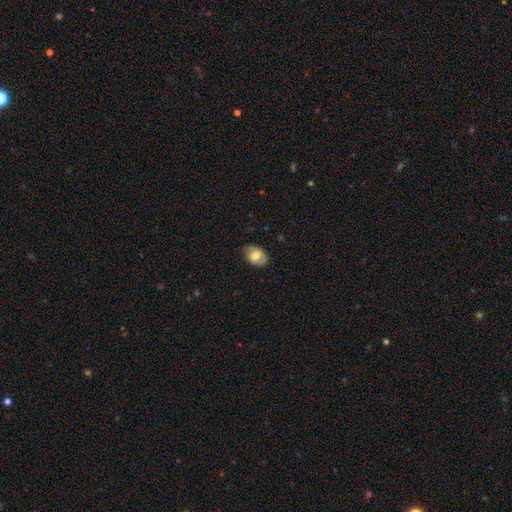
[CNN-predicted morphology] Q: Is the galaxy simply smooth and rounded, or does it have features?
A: smooth — 67%.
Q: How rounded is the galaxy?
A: in between — 79%.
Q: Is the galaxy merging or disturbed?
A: none — 81%.